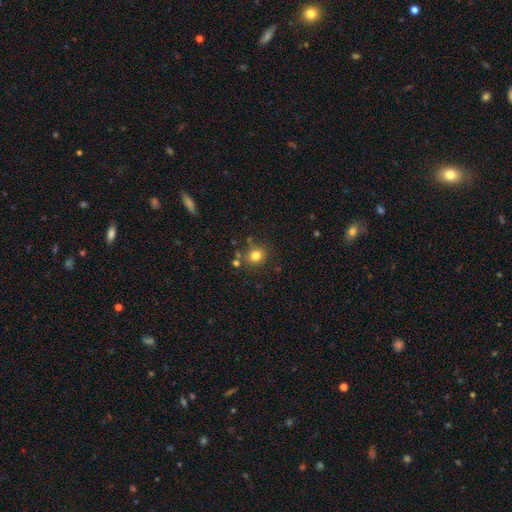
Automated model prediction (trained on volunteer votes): A smooth galaxy with no disk features (79%) that is round (86%).

Vote fractions:
- Smooth or featured? smooth: 79% / star or artifact: 14% / featured or disk: 7%
- How rounded? round: 86% / in between: 13% / cigar-shaped: 1%
- Merging? none: 75% / minor disturbance: 11% / merger: 9% / major disturbance: 4%